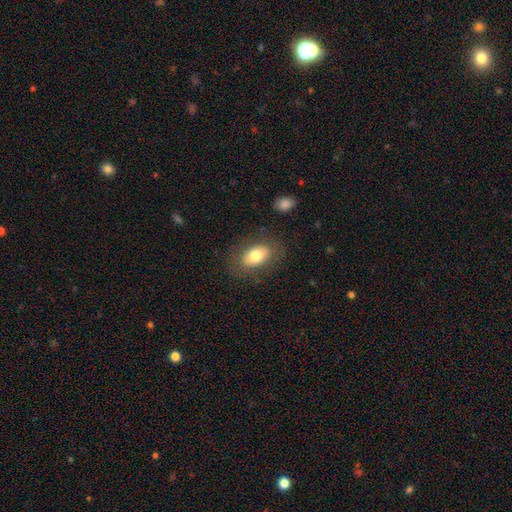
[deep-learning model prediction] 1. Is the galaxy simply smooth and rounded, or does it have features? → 74% smooth, 18% featured or disk, 7% star or artifact.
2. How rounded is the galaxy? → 89% in between, 9% round, 2% cigar-shaped.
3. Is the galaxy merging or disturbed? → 80% none, 13% minor disturbance, 6% major disturbance, 2% merger.